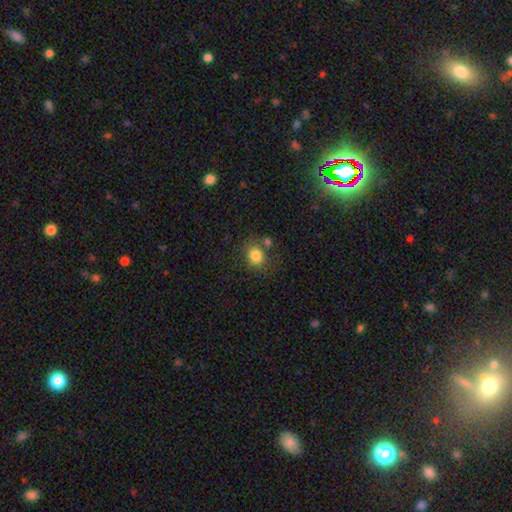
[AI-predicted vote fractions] Smooth or featured? Predicted: smooth (p=0.83). How rounded? Predicted: round (p=0.64). Merging? Predicted: none (p=0.67).